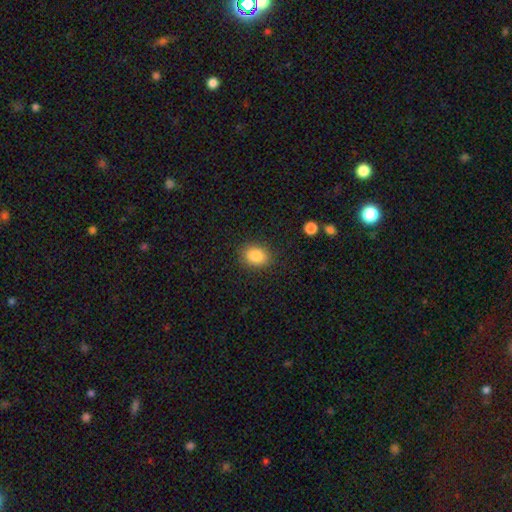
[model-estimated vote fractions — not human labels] Smooth or featured: smooth — 86% (star or artifact — 9%)
How rounded: in between — 65% (round — 34%)
Merging: none — 87% (minor disturbance — 9%)